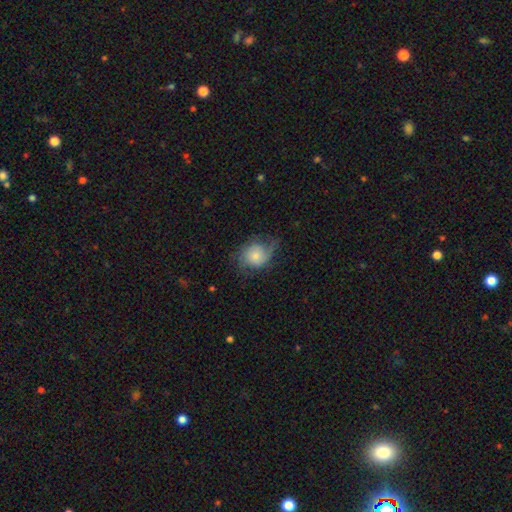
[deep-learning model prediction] This appears to be a smooth galaxy with no disk features (46%, tied with featured or disk). Merging: none (49%).